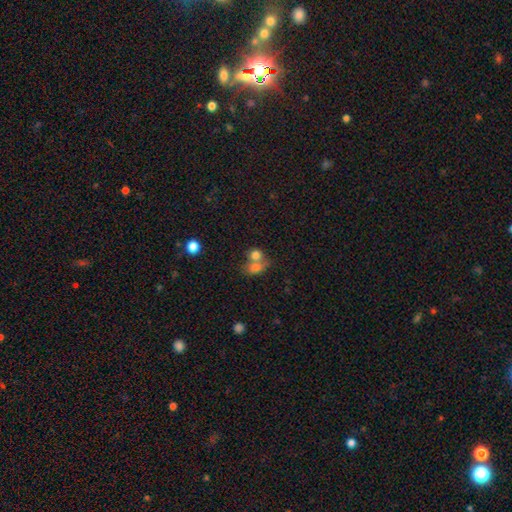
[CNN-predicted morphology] A smooth galaxy with no disk features (76%) that is round (56%).

Vote fractions:
- Smooth or featured? smooth: 76% / featured or disk: 14% / star or artifact: 11%
- How rounded? round: 56% / in between: 42% / cigar-shaped: 2%
- Merging? merger: 62% / none: 26% / minor disturbance: 7% / major disturbance: 5%